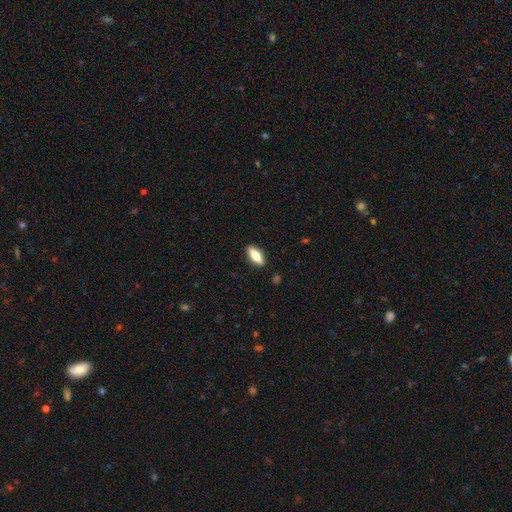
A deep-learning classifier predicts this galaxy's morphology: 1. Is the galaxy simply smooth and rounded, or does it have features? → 62% smooth, 32% featured or disk, 6% star or artifact.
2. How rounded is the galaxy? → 70% in between, 27% cigar-shaped, 3% round.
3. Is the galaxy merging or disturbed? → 89% none, 8% minor disturbance, 2% major disturbance, 1% merger.